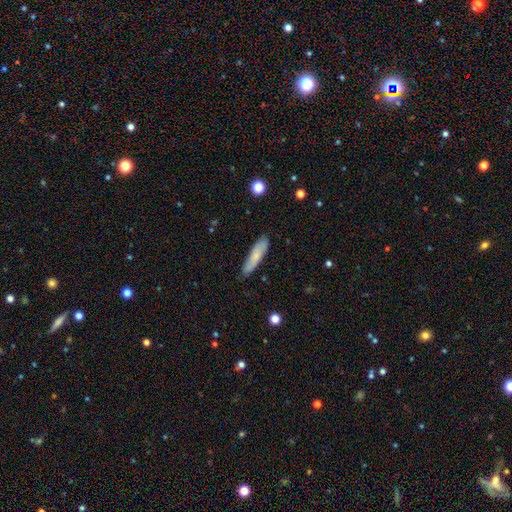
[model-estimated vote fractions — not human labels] Smooth or featured?
  - smooth: 68% *
  - featured or disk: 26%
  - star or artifact: 6%
How rounded?
  - cigar-shaped: 78% *
  - in between: 20%
  - round: 2%
Merging?
  - none: 84% *
  - minor disturbance: 13%
  - major disturbance: 2%
  - merger: 1%